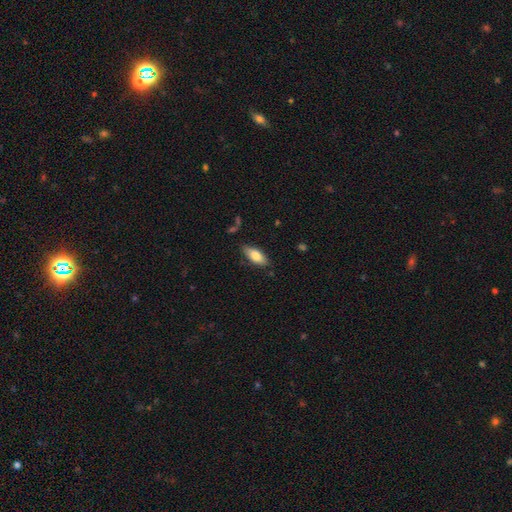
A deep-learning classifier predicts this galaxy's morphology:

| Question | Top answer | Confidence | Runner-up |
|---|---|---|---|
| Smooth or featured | smooth | 78% | featured or disk (16%) |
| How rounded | in between | 77% | cigar-shaped (21%) |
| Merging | none | 82% | minor disturbance (13%) |